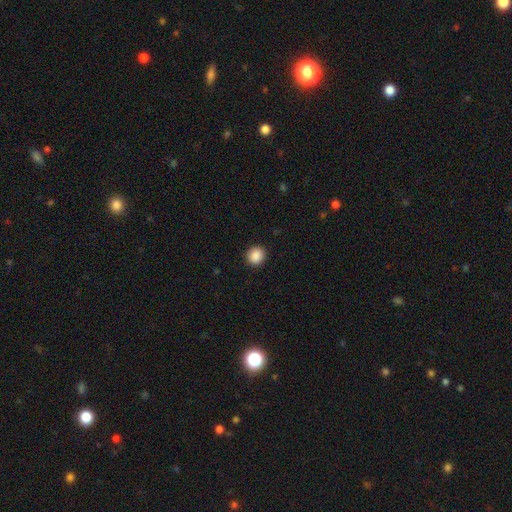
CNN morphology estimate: A smooth galaxy with no disk features (88%) that is round (89%). Merging: none (92%).